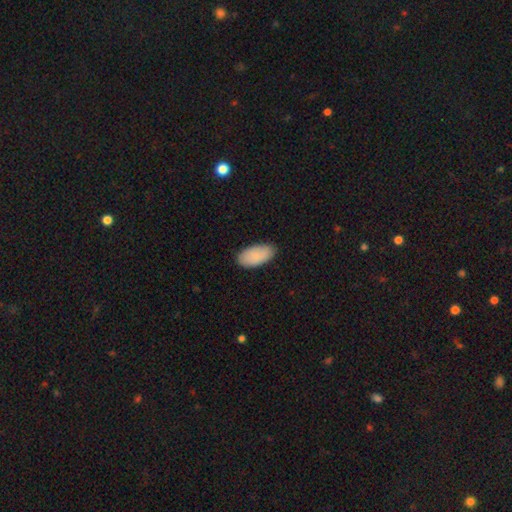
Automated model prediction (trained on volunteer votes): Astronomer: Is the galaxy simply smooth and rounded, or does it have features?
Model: smooth — 86%.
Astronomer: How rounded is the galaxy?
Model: in between — 95%.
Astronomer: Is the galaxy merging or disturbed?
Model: none — 83%.